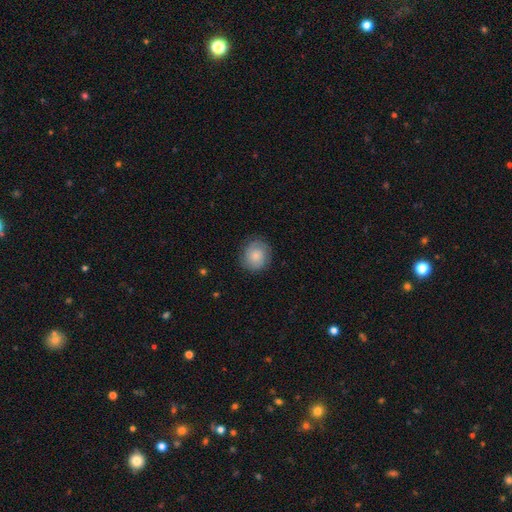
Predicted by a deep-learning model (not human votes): smooth-or-featured: smooth: 72% | featured or disk: 21% | star or artifact: 7%
  how-rounded: round: 83% | in between: 16% | cigar-shaped: 1%
  merging: none: 83% | minor disturbance: 13% | major disturbance: 4% | merger: 1%